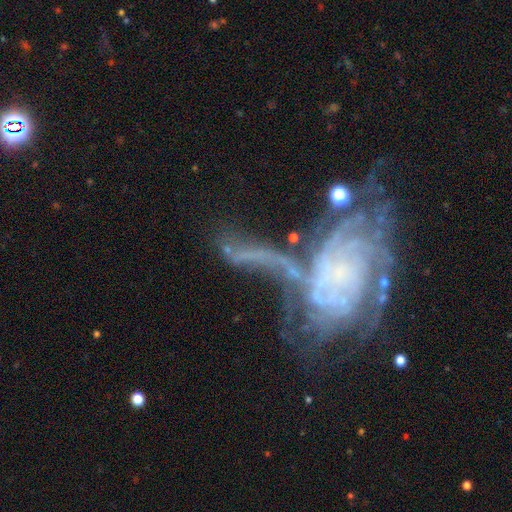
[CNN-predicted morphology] A featured or disk galaxy (75%) with no bar (71%), tight (52%) spiral arms (80%) and a small central bulge (44%).

Vote fractions:
- Smooth or featured? featured or disk: 75% / smooth: 13% / star or artifact: 12%
- Edge-on disk? no: 92% / yes: 8%
- Bar? no: 71% / weak: 19% / strong: 11%
- Spiral arms? yes: 80% / no: 20%
- Spiral winding? tight: 52% / medium: 26% / loose: 22%
- Spiral arm count? can't tell: 41% / 2: 21% / 3: 11% / 4: 9% / more than 4: 9% / 1: 8%
- Bulge size? small: 44% / none: 39% / moderate: 11% / large: 3% / dominant: 2%
- Merging? merger: 39% / major disturbance: 24% / none: 23% / minor disturbance: 14%